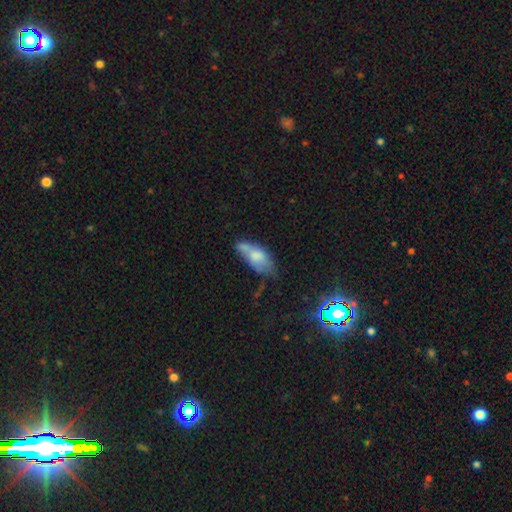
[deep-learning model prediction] Overall: smooth (64%; featured or disk 27%). How rounded: in between (82%). Merging: none (33%; minor disturbance 31%).